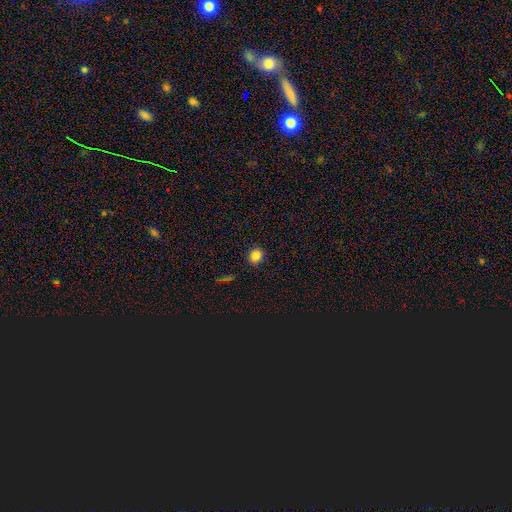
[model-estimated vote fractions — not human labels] This appears to be a smooth galaxy with no disk features (84%) that is round (61%). Merging: none (88%).